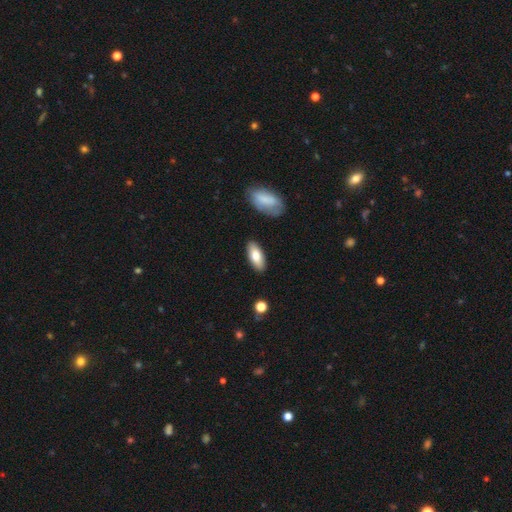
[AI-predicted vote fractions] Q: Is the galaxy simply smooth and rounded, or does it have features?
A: smooth — 77%.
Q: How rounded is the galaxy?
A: in between — 82%.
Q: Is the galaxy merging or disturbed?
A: none — 87%.